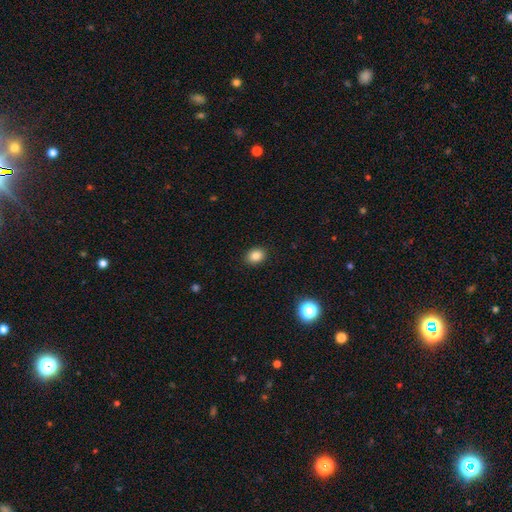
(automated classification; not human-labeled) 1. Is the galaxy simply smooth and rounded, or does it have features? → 85% smooth, 11% star or artifact, 4% featured or disk.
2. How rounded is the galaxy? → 60% in between, 39% round, 1% cigar-shaped.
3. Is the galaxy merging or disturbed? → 90% none, 7% minor disturbance, 2% major disturbance, 1% merger.